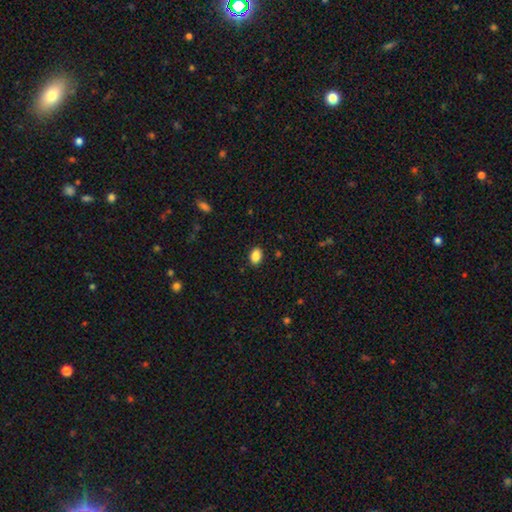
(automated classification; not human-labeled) Smooth or featured? Predicted: smooth (p=0.88). How rounded? Predicted: in between (p=0.84). Merging? Predicted: none (p=0.88).